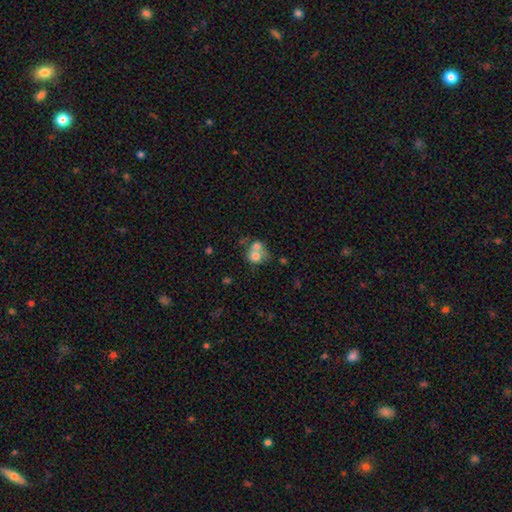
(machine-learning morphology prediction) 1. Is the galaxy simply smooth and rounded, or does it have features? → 68% smooth, 22% featured or disk, 10% star or artifact.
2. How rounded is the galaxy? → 72% round, 27% in between, 1% cigar-shaped.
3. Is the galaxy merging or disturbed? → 63% merger, 24% none, 8% minor disturbance, 5% major disturbance.